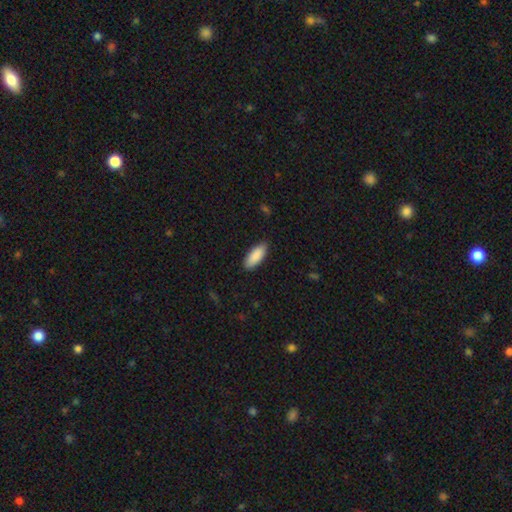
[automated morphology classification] smooth_or_featured: smooth (p=0.90) [alt: star or artifact p=0.06]
how_rounded: in between (p=0.77) [alt: cigar-shaped p=0.21]
merging: none (p=0.85) [alt: minor disturbance p=0.12]